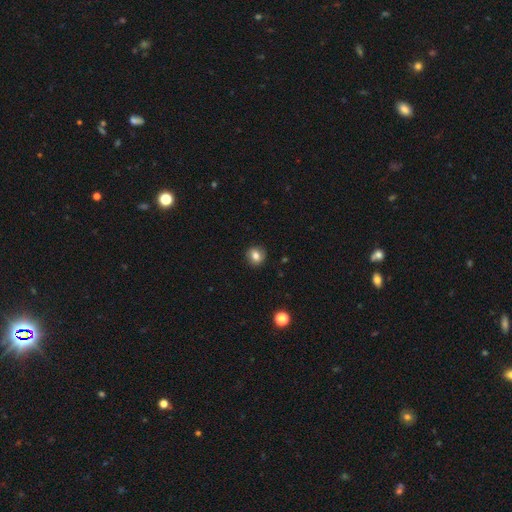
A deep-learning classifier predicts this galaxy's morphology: This appears to be a smooth galaxy with no disk features (79%) that is round (86%). Merging: none (89%).